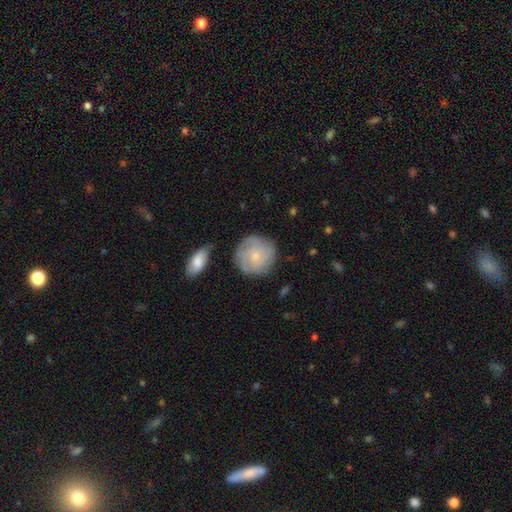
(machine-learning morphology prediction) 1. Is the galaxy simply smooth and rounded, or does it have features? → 50% smooth, 43% featured or disk, 7% star or artifact.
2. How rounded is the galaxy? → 92% round, 7% in between, 1% cigar-shaped.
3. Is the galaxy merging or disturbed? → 77% none, 15% minor disturbance, 5% major disturbance, 3% merger.